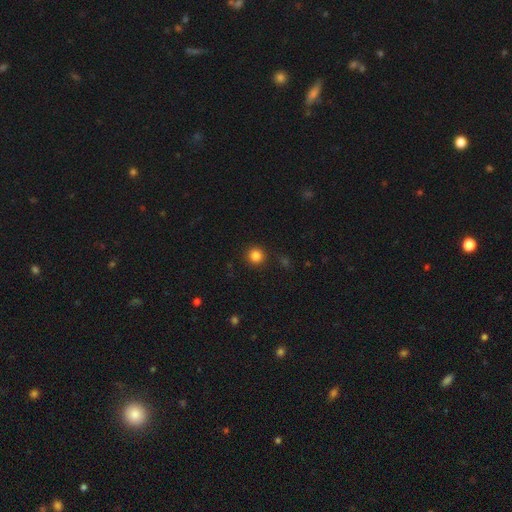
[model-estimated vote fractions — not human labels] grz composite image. It shows a smooth galaxy with no disk features (83%) that is round (95%). Merging: none (91%).